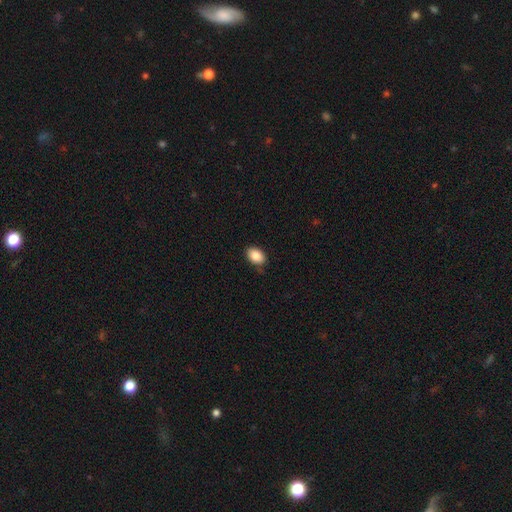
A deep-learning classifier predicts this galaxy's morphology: A smooth galaxy with no disk features (88%) that is in between round and cigar-shaped (85%). Merging: none (84%).